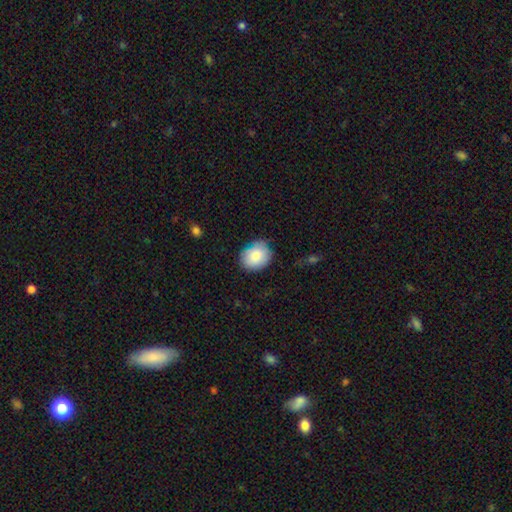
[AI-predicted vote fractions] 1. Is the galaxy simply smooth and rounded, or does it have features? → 83% smooth, 9% featured or disk, 7% star or artifact.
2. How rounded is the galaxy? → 54% round, 45% in between, 1% cigar-shaped.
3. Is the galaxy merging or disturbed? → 72% none, 22% minor disturbance, 4% major disturbance, 2% merger.